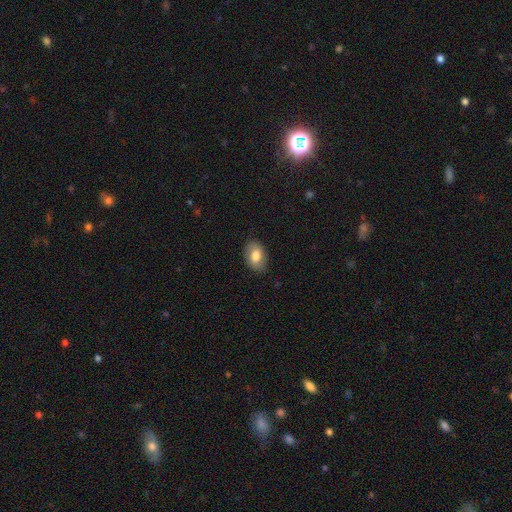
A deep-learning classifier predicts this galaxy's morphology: smooth_or_featured: smooth (p=0.77) [alt: featured or disk p=0.16]
how_rounded: in between (p=0.82) [alt: round p=0.17]
merging: none (p=0.85) [alt: minor disturbance p=0.11]